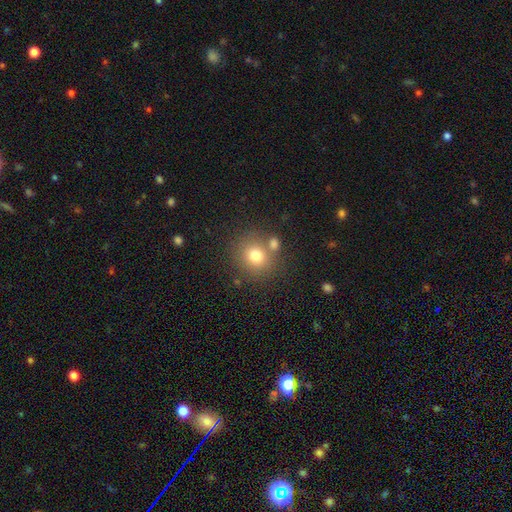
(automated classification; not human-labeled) smooth_or_featured: smooth (p=0.76) [alt: star or artifact p=0.13]
how_rounded: round (p=0.82) [alt: in between p=0.17]
merging: none (p=0.69) [alt: merger p=0.16]